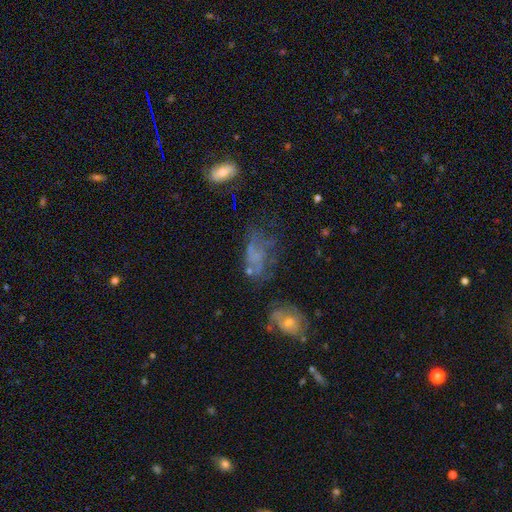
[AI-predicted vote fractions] A featured or disk galaxy (45%).

Vote fractions:
- Smooth or featured? featured or disk: 45% / smooth: 34% / star or artifact: 22%
- Merging? none: 37% / major disturbance: 33% / minor disturbance: 21% / merger: 10%